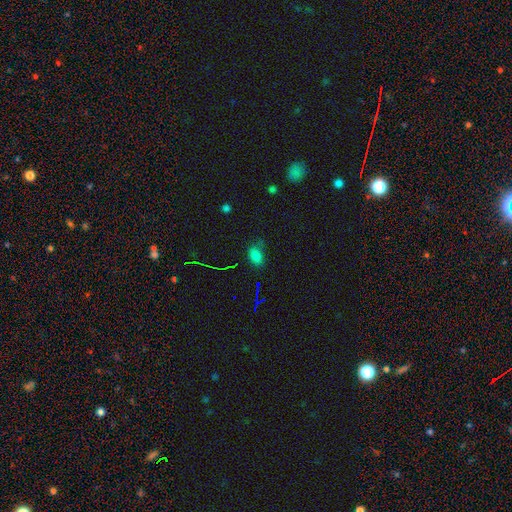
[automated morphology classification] smooth 72%, star or artifact 22%, featured or disk 7%. Down the decision tree: how rounded — in between (87%); merging — none (63%).